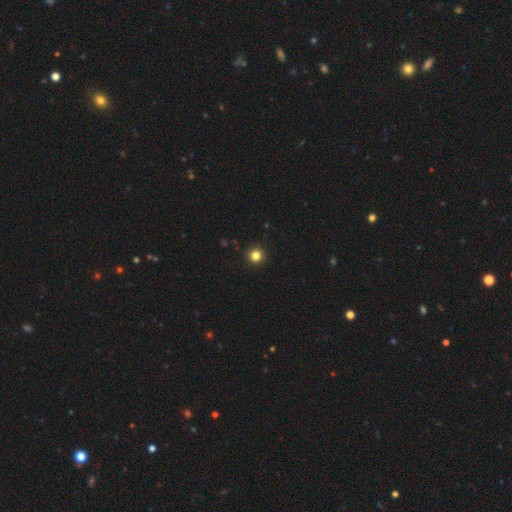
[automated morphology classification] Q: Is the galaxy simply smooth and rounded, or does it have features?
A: smooth — 81%.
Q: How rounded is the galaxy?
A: round — 96%.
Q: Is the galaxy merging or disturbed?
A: none — 93%.